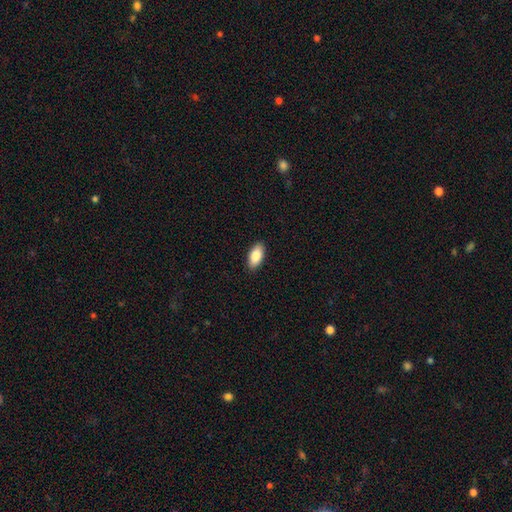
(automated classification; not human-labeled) smooth-or-featured: smooth: 86% | featured or disk: 8% | star or artifact: 6%
  how-rounded: in between: 92% | cigar-shaped: 6% | round: 2%
  merging: none: 90% | minor disturbance: 8% | major disturbance: 2% | merger: 1%